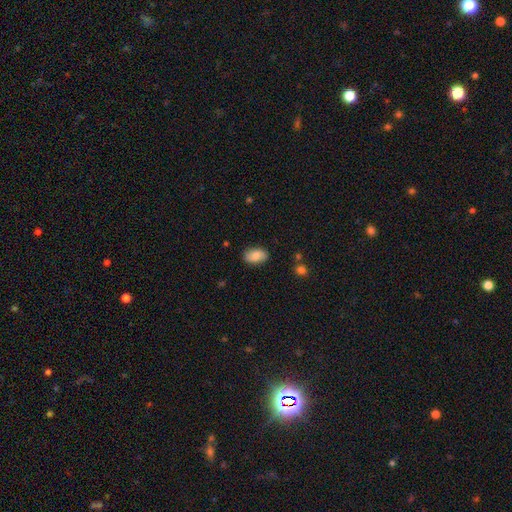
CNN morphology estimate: Overall: smooth (77%). How rounded: in between (91%). Merging: none (84%).